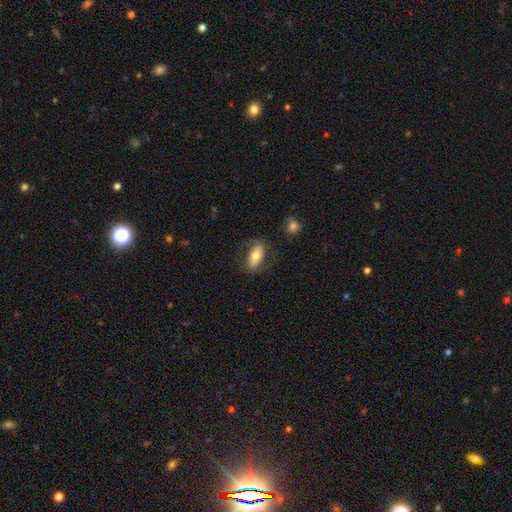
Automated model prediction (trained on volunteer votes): smooth 61%, featured or disk 33%, star or artifact 6%. Down the decision tree: how rounded — in between (83%); merging — none (73%).